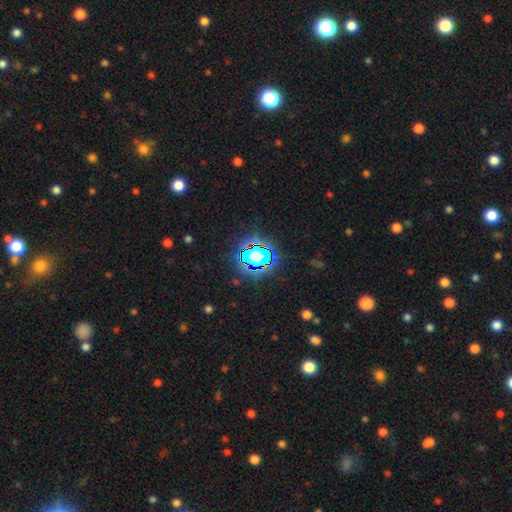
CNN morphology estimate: The model was most divided on "smooth or featured": star or artifact: 82%, smooth: 12%, featured or disk: 7%.